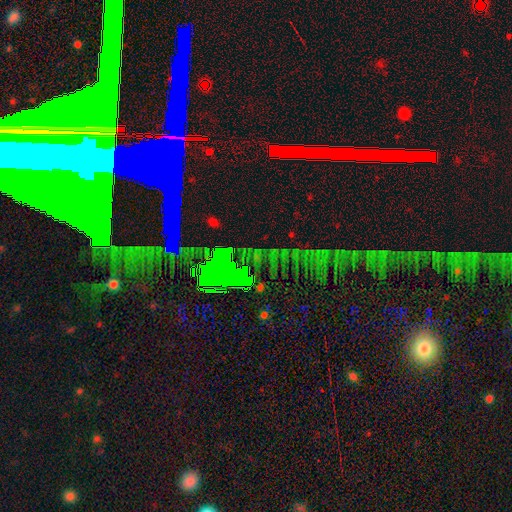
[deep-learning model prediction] Smooth or featured? Predicted: star or artifact (p=0.76).